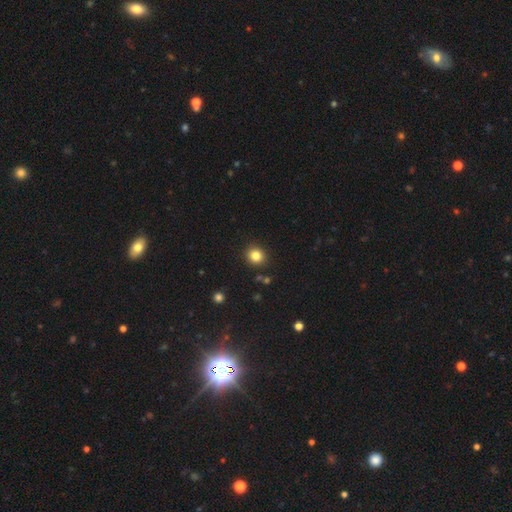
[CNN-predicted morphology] type=smooth (82%); roundness=round (84%); merging=none (90%).